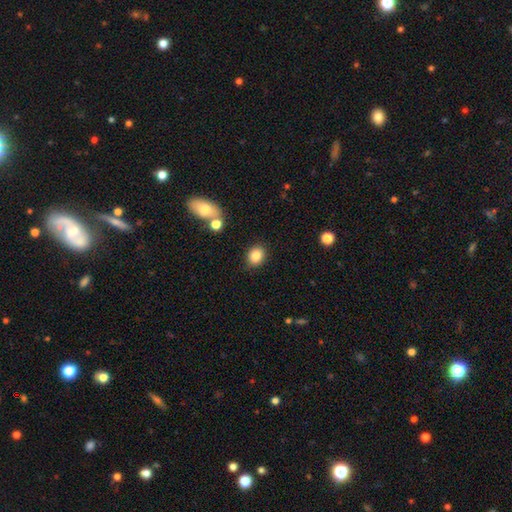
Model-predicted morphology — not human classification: Overall: smooth (83%). How rounded: round (57%; in between 42%). Merging: none (84%).